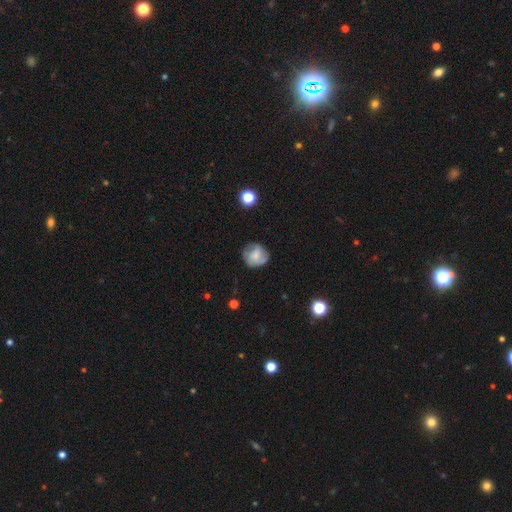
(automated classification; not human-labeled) Q: Smooth or featured?
A: smooth (49%); runner-up: featured or disk (42%)
Q: Merging?
A: none (65%); runner-up: minor disturbance (23%)